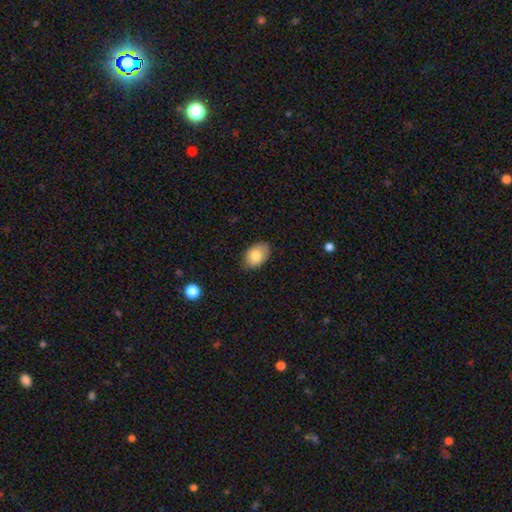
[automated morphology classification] A smooth galaxy with no disk features (84%) that is in between round and cigar-shaped (89%). Merging: none (82%).